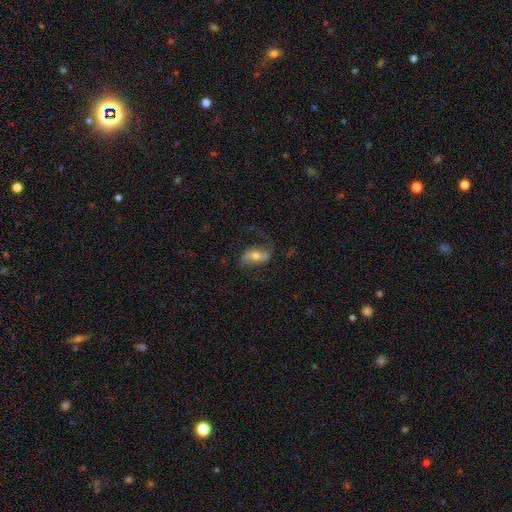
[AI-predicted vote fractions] featured or disk 63%, smooth 29%, star or artifact 8%. Down the decision tree: edge-on disk — no (94%); bar — no (38%); spiral arms — yes (85%); spiral arm count — 2 (87%); spiral winding — loose (61%); bulge size — moderate (68%); merging — none (63%).